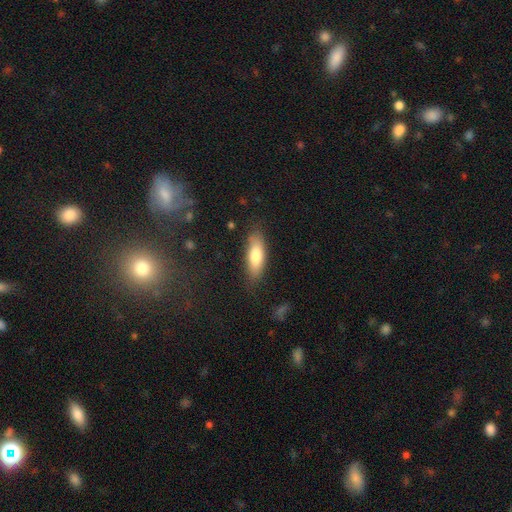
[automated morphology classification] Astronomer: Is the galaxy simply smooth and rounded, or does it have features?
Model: smooth — 77%.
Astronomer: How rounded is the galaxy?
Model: in between — 61% (runner-up: cigar-shaped, 37%).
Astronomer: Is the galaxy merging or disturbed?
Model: none — 79%.